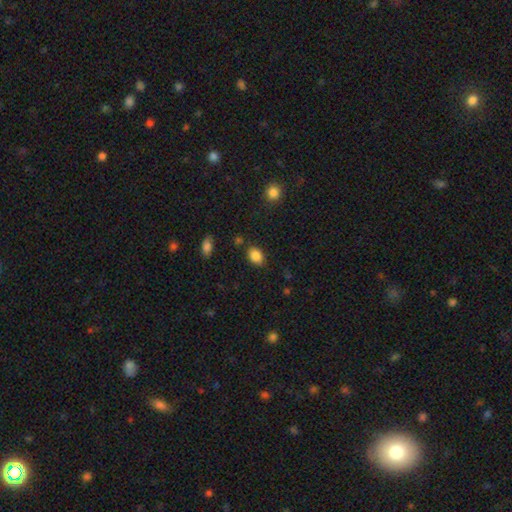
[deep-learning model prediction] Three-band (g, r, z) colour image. It shows a smooth galaxy with no disk features (86%) that is in between round and cigar-shaped (76%). Merging: none (82%).